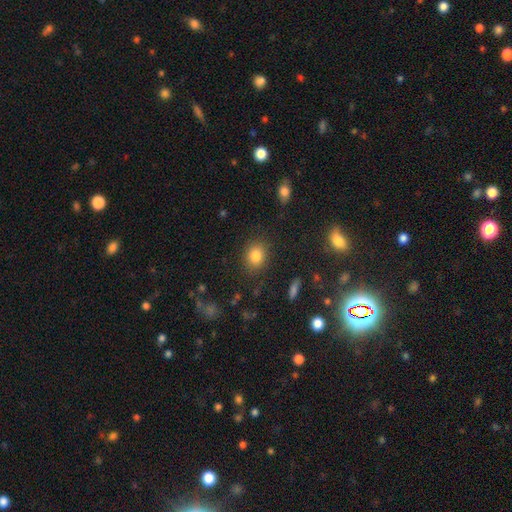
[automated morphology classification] This is clearly a smooth galaxy (82%). How rounded: possibly round (57%). Merging: clearly none (85%).